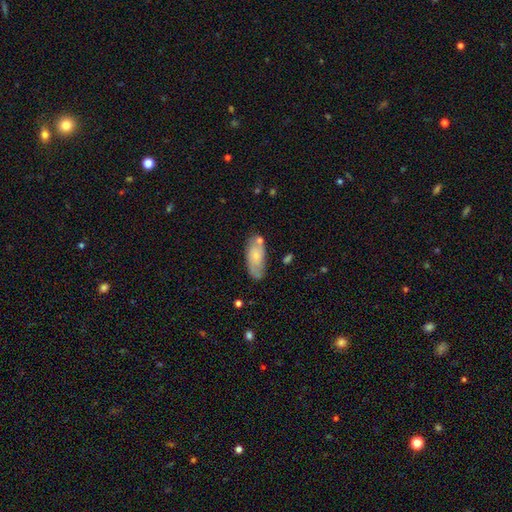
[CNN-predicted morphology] Smooth or featured? Predicted: smooth (p=0.67). How rounded? Predicted: in between (p=0.83). Merging? Predicted: none (p=0.61).